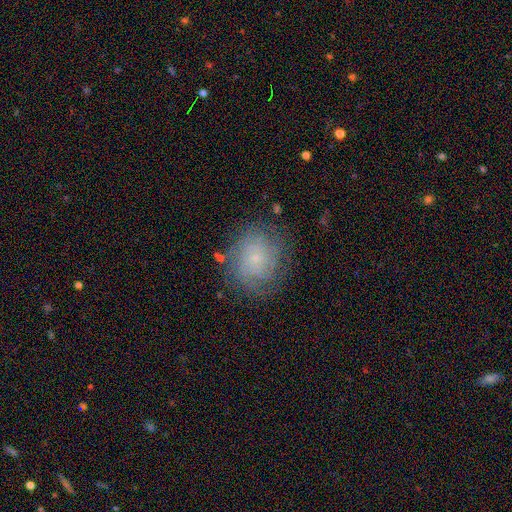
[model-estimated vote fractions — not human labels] Smooth or featured: featured or disk — 41% (smooth — 39%)
Merging: none — 78% (minor disturbance — 14%)